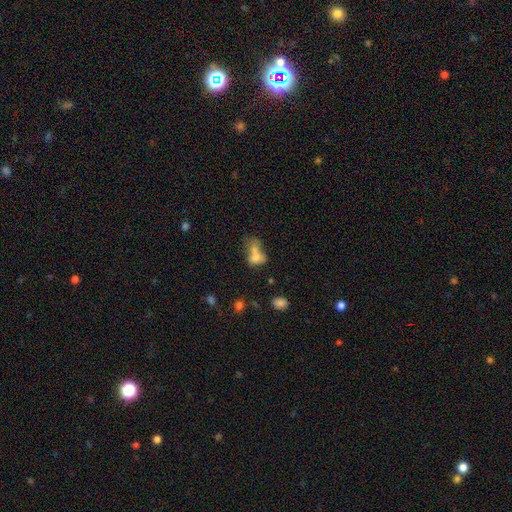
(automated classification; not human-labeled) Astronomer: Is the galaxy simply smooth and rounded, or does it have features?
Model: smooth — 69%.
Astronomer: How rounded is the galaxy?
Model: in between — 63%.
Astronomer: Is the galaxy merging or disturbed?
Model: merger — 67%.